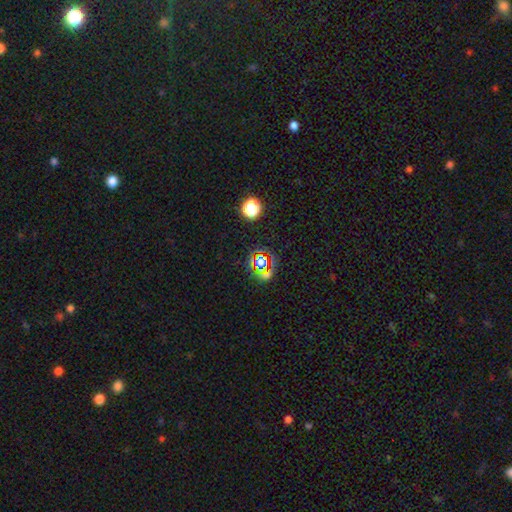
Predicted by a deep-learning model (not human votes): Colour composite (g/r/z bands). It shows a star or artifact, not a galaxy (71%).